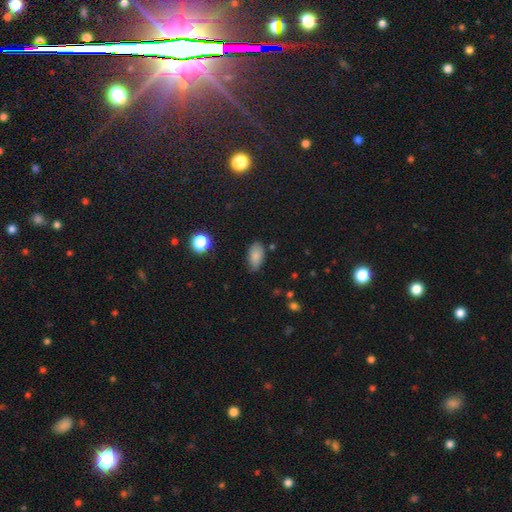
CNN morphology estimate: A smooth galaxy with no disk features (82%) that is in between round and cigar-shaped (92%).

Vote fractions:
- Smooth or featured? smooth: 82% / star or artifact: 9% / featured or disk: 8%
- How rounded? in between: 92% / round: 6% / cigar-shaped: 3%
- Merging? none: 72% / minor disturbance: 22% / major disturbance: 4% / merger: 2%